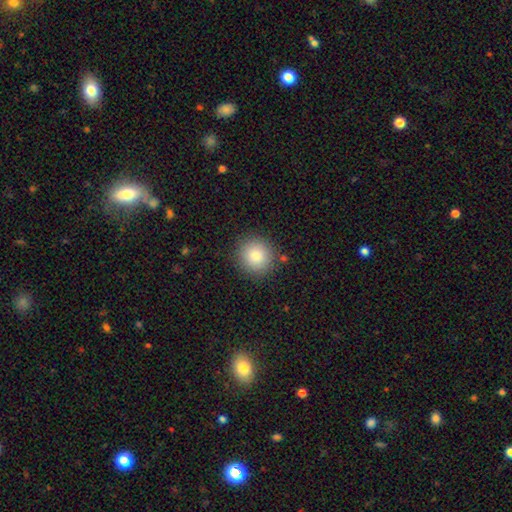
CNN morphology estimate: A smooth galaxy with no disk features (84%) that is round (93%).

Vote fractions:
- Smooth or featured? smooth: 84% / star or artifact: 9% / featured or disk: 7%
- How rounded? round: 93% / in between: 6% / cigar-shaped: 1%
- Merging? none: 88% / minor disturbance: 8% / major disturbance: 2% / merger: 2%